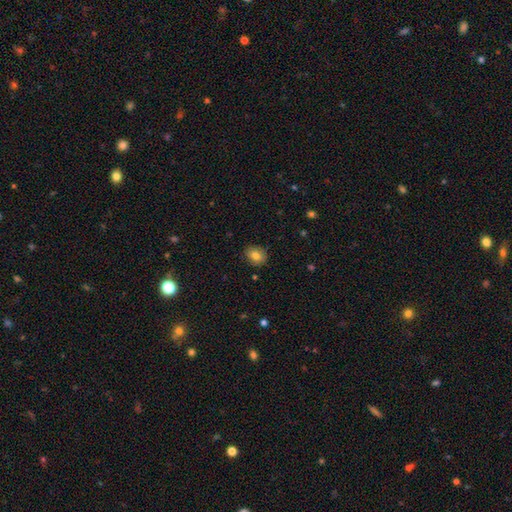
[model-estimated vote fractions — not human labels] This is clearly a smooth galaxy (80%). How rounded: possibly in between (49%, tied with round). Merging: clearly none (85%).